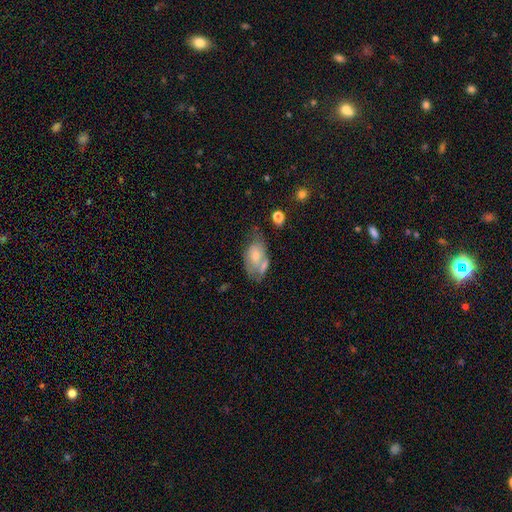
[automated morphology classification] type=smooth (55%); roundness=in between (90%); merging=none (33%).